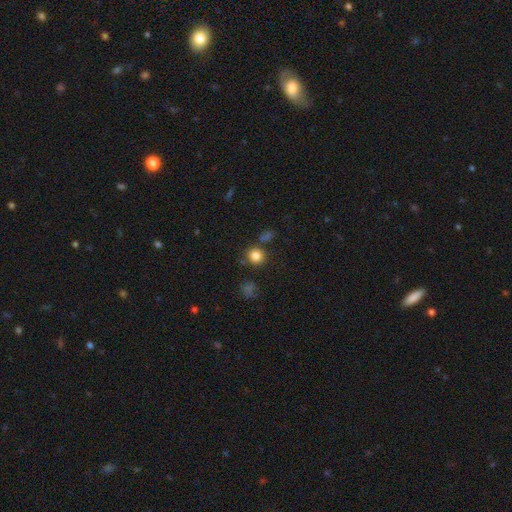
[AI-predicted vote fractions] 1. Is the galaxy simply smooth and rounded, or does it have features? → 83% smooth, 12% star or artifact, 5% featured or disk.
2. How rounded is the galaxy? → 88% round, 11% in between, 1% cigar-shaped.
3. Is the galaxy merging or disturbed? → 80% none, 9% minor disturbance, 7% merger, 3% major disturbance.